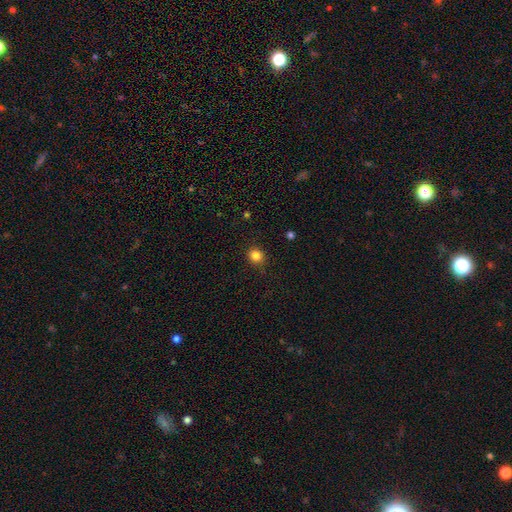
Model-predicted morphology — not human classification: The model was most divided on "smooth or featured": smooth: 84%, star or artifact: 12%, featured or disk: 4%. More confident: merging — none (89%); how rounded — round (88%).